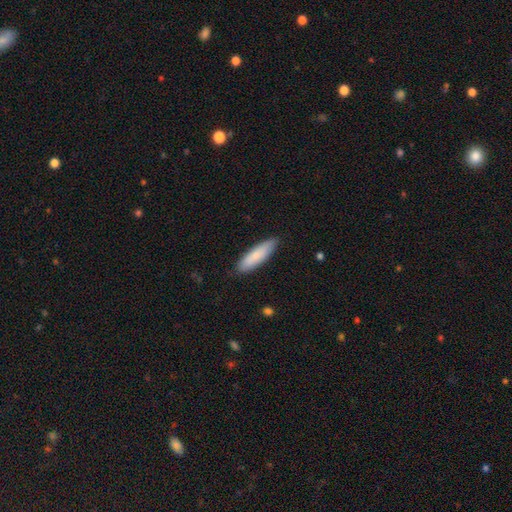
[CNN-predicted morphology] smooth 83%, featured or disk 12%, star or artifact 5%. Down the decision tree: how rounded — cigar-shaped (62%); merging — none (87%).